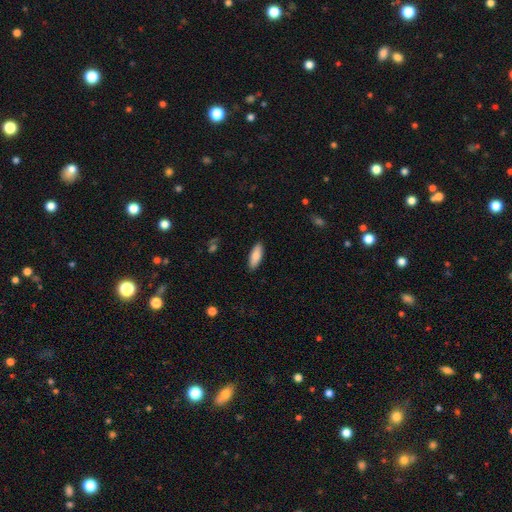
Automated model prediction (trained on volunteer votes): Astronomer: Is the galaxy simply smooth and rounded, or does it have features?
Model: smooth — 87%.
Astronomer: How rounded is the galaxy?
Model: in between — 71%.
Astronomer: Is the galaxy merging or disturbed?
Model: none — 89%.